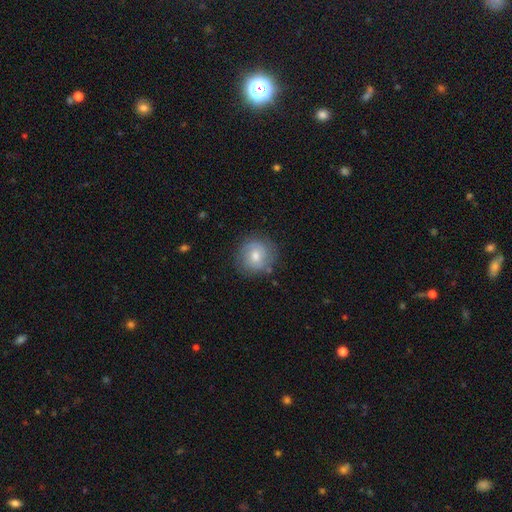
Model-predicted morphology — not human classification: A smooth galaxy with no disk features (60%) that is round (88%). Merging: none (77%).